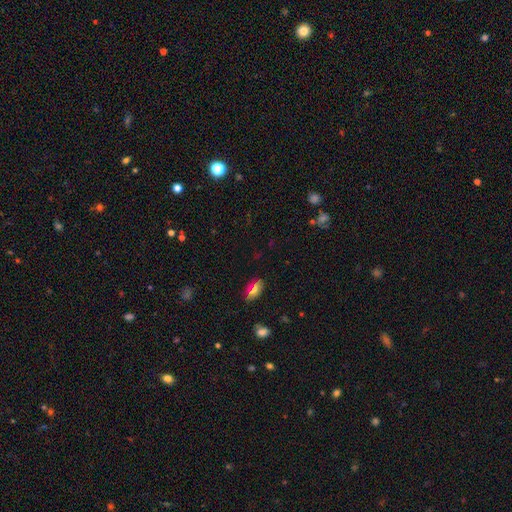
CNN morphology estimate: The model was most divided on "smooth or featured": smooth: 48%, star or artifact: 39%, featured or disk: 13%. More confident: merging — none (81%).